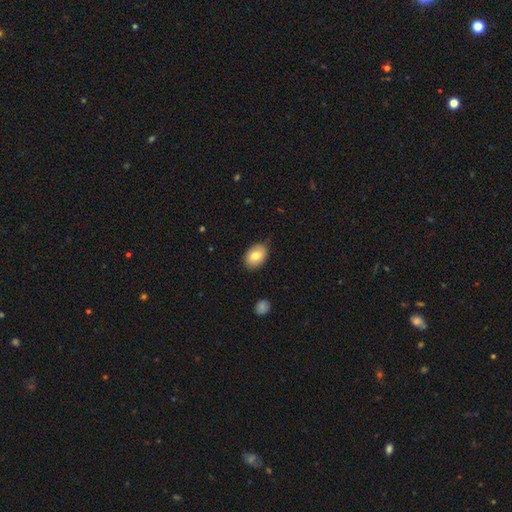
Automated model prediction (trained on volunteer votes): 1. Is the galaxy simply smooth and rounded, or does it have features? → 79% smooth, 13% featured or disk, 8% star or artifact.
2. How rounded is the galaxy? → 82% in between, 17% round, 1% cigar-shaped.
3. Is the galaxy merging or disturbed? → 73% none, 22% minor disturbance, 3% major disturbance, 1% merger.